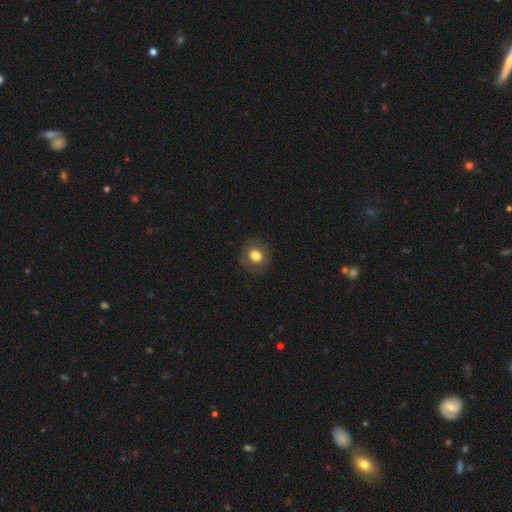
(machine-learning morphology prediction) Smooth or featured? smooth (78%)
How rounded? round (71%)
Merging? none (84%)